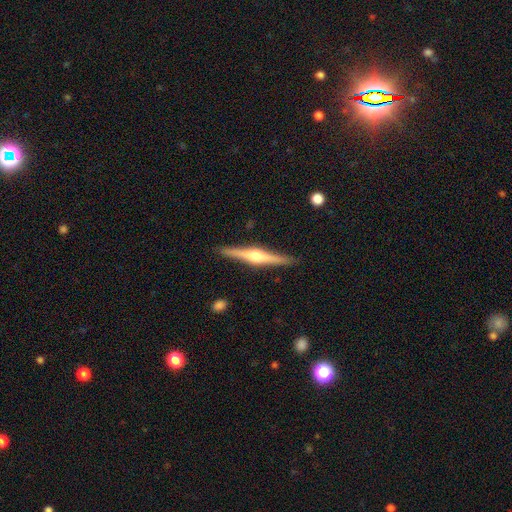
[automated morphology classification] Smooth or featured?
  - featured or disk: 77% *
  - smooth: 19%
  - star or artifact: 5%
Edge-on disk?
  - yes: 98% *
  - no: 2%
Edge-on bulge?
  - rounded: 92% *
  - boxy: 4%
  - none: 3%
Merging?
  - none: 91% *
  - minor disturbance: 7%
  - major disturbance: 1%
  - merger: 1%